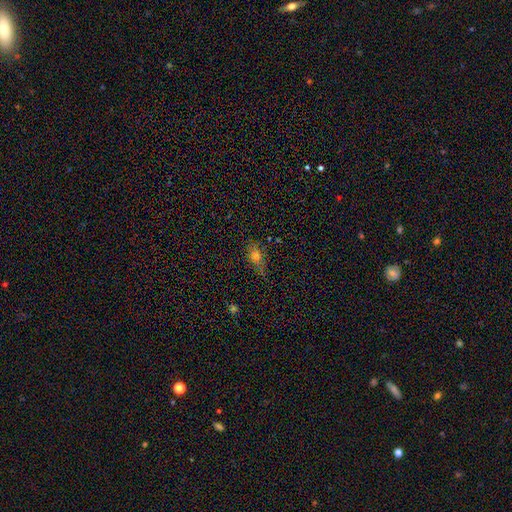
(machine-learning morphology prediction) The model was most divided on "smooth or featured": smooth: 58%, star or artifact: 22%, featured or disk: 19%. More confident: merging — none (64%); how rounded — in between (64%).